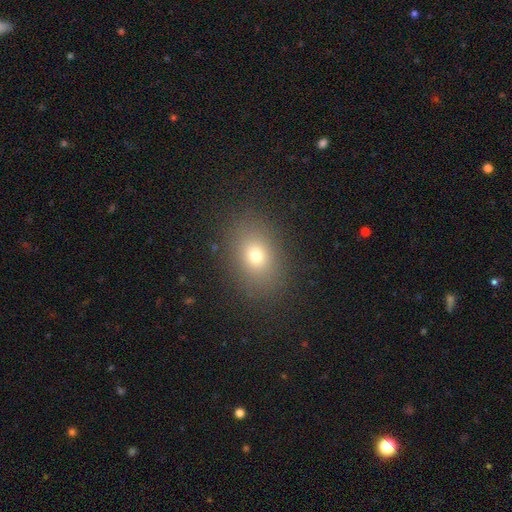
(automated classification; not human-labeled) Smooth or featured? smooth (72%)
How rounded? in between (60%)
Merging? none (86%)